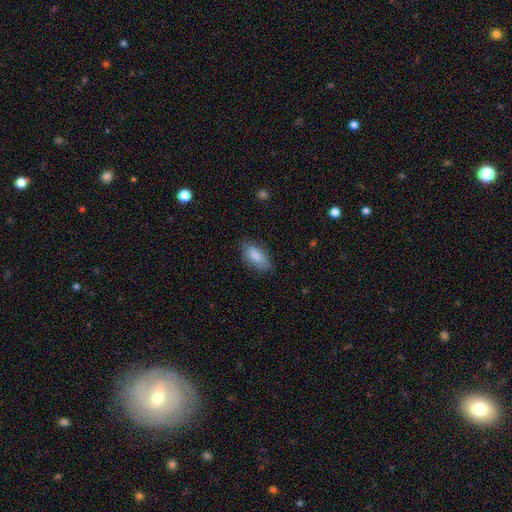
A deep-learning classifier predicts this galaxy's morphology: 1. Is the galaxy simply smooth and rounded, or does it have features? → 86% smooth, 8% featured or disk, 6% star or artifact.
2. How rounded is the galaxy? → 88% in between, 10% cigar-shaped, 2% round.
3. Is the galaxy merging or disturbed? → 80% none, 15% minor disturbance, 4% major disturbance, 1% merger.